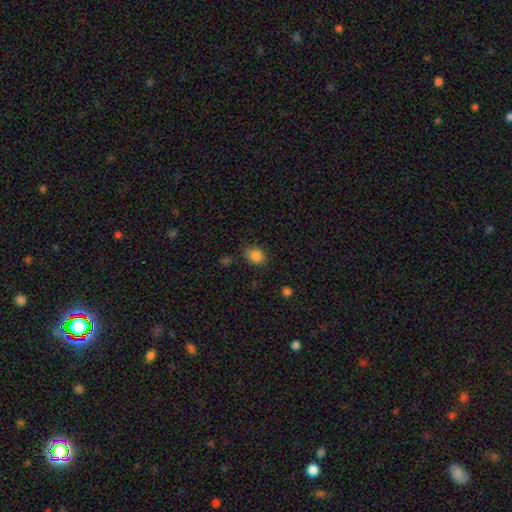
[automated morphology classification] This is clearly a smooth galaxy (85%). How rounded: possibly round (52%). Merging: likely none (80%).